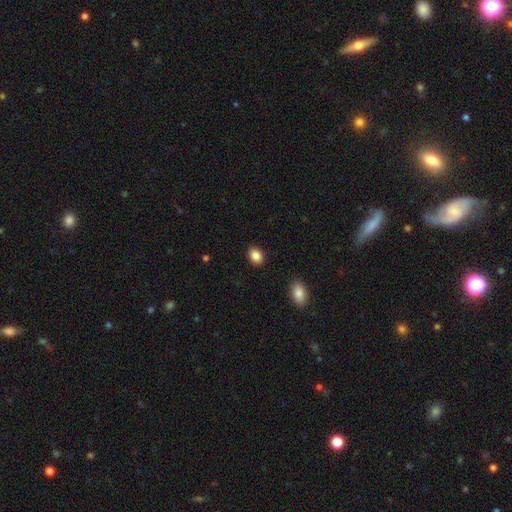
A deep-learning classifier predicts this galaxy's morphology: Smooth or featured? smooth (86%)
How rounded? in between (69%)
Merging? none (89%)